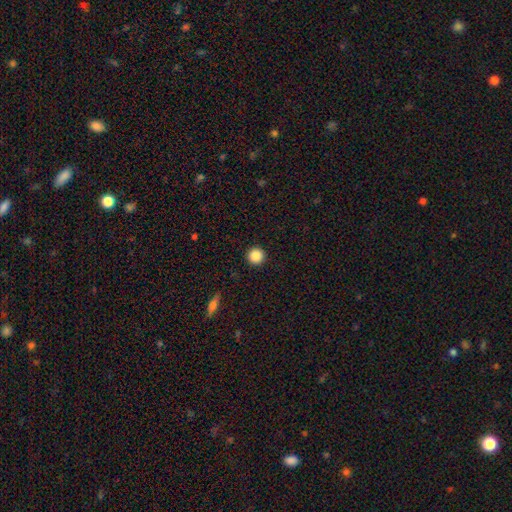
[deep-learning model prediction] The model was most divided on "smooth or featured": smooth: 86%, star or artifact: 10%, featured or disk: 4%. More confident: how rounded — round (96%); merging — none (93%).